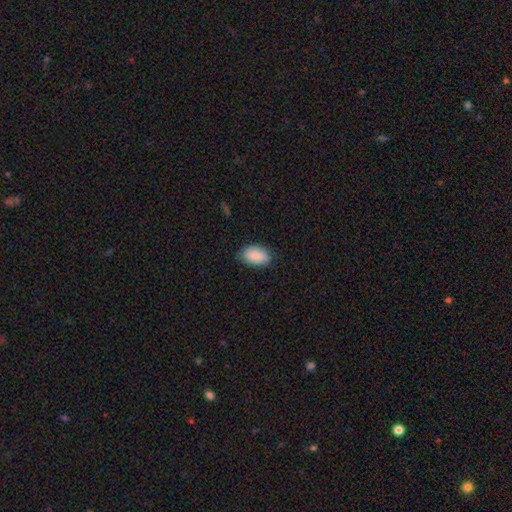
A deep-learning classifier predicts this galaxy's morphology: A smooth galaxy with no disk features (87%) that is in between round and cigar-shaped (93%).

Vote fractions:
- Smooth or featured? smooth: 87% / featured or disk: 6% / star or artifact: 6%
- How rounded? in between: 93% / round: 6% / cigar-shaped: 2%
- Merging? none: 76% / minor disturbance: 20% / major disturbance: 3% / merger: 1%